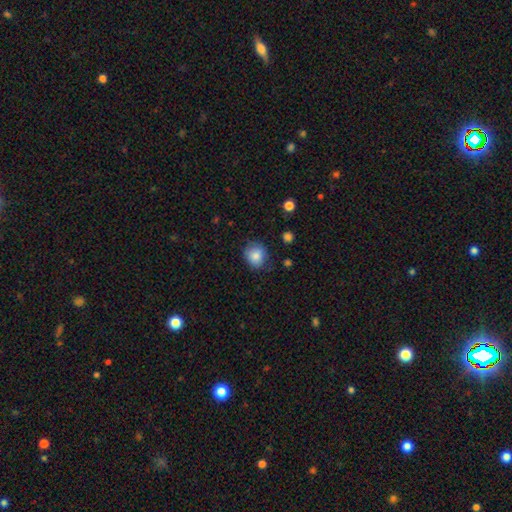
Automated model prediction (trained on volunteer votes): This is clearly a smooth galaxy (84%). How rounded: likely round (76%). Merging: likely none (76%).